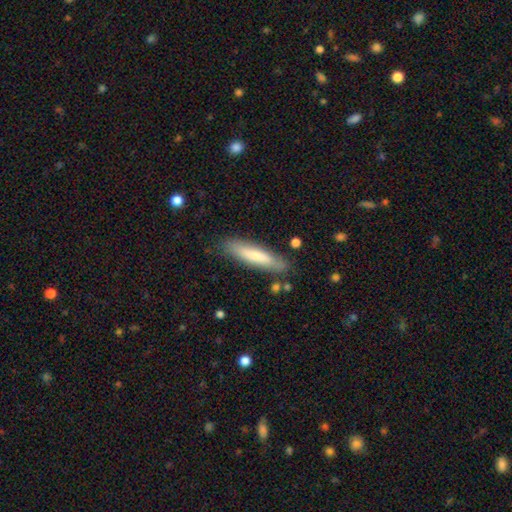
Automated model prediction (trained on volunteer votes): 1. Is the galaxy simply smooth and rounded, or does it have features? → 70% smooth, 24% featured or disk, 6% star or artifact.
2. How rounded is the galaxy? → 81% cigar-shaped, 18% in between, 1% round.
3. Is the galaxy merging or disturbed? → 83% none, 12% minor disturbance, 3% major disturbance, 2% merger.